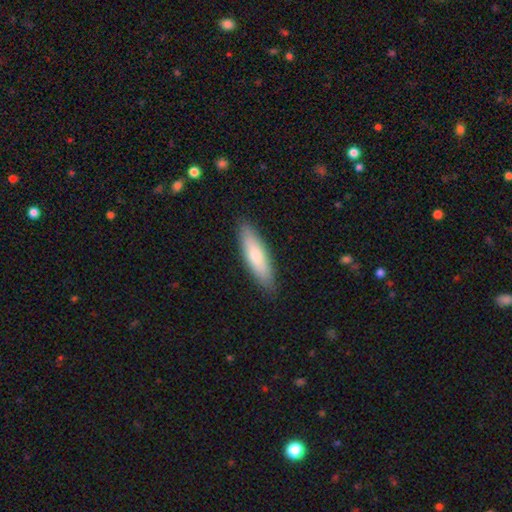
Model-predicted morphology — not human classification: smooth_or_featured: smooth (p=0.74) [alt: featured or disk p=0.20]
how_rounded: cigar-shaped (p=0.63) [alt: in between p=0.35]
merging: none (p=0.88) [alt: minor disturbance p=0.09]